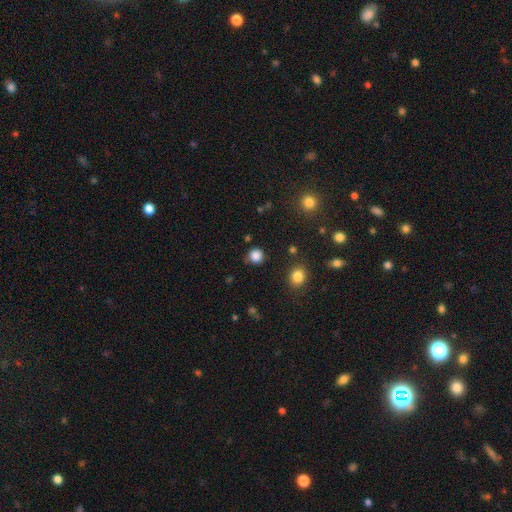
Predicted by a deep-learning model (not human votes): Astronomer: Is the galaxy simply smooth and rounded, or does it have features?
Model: smooth — 84%.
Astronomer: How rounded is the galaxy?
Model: round — 92%.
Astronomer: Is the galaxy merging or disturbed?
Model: none — 84%.